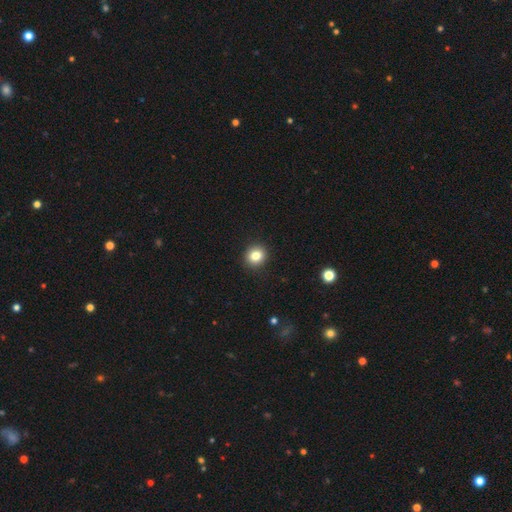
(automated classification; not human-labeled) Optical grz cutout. It shows a smooth galaxy with no disk features (82%) that is round (84%). Merging: none (92%).